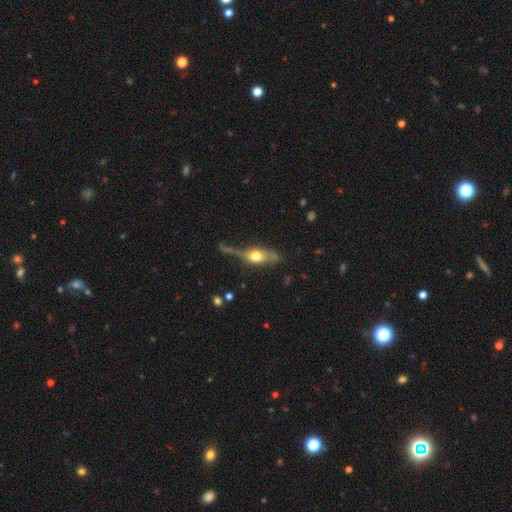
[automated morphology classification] smooth_or_featured: featured or disk (p=0.47) [alt: smooth p=0.44]
merging: none (p=0.43) [alt: minor disturbance p=0.25]